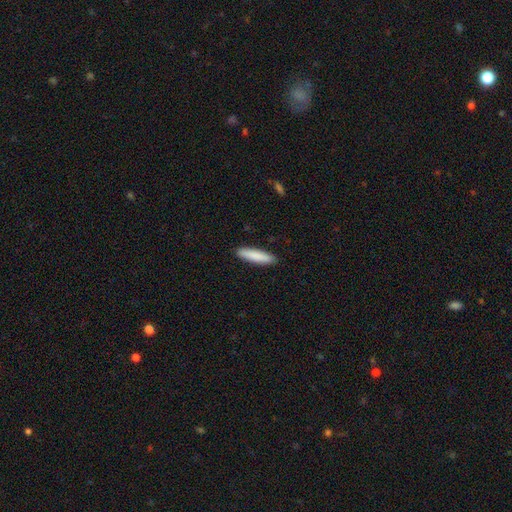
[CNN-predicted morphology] type=smooth (86%); roundness=cigar-shaped (82%); merging=none (91%).